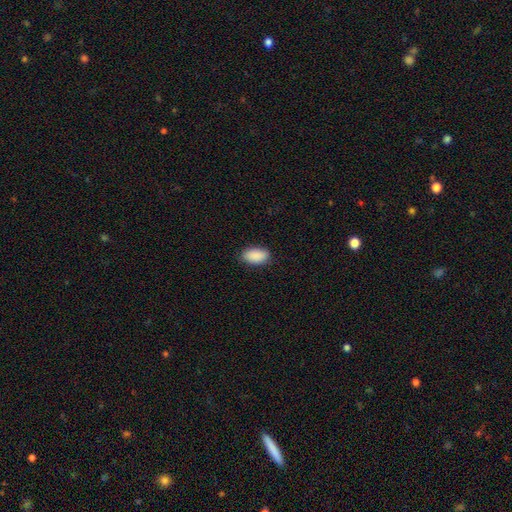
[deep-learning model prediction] Smooth or featured? Predicted: smooth (p=0.91). How rounded? Predicted: in between (p=0.94). Merging? Predicted: none (p=0.87).